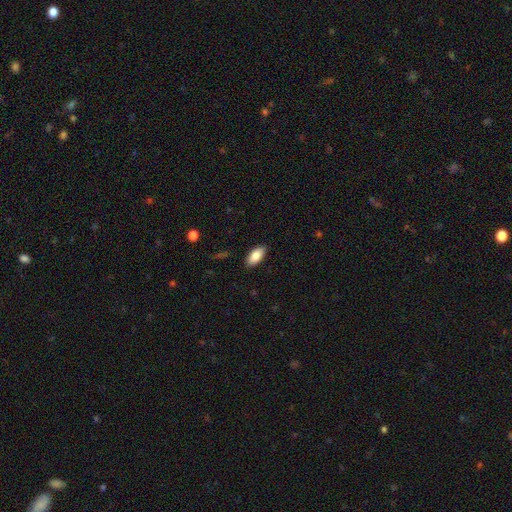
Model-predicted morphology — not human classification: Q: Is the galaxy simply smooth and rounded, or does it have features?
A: smooth — 85%.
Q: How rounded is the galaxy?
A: in between — 91%.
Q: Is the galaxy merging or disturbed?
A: none — 88%.